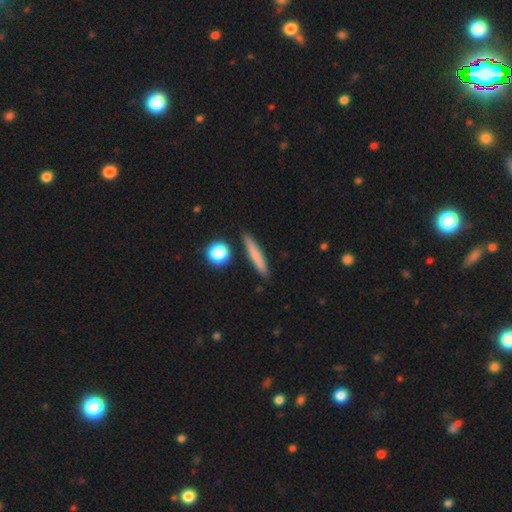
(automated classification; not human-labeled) smooth-or-featured: smooth: 71% | featured or disk: 22% | star or artifact: 7%
  how-rounded: cigar-shaped: 91% | in between: 6% | round: 3%
  merging: none: 88% | minor disturbance: 8% | merger: 3% | major disturbance: 2%